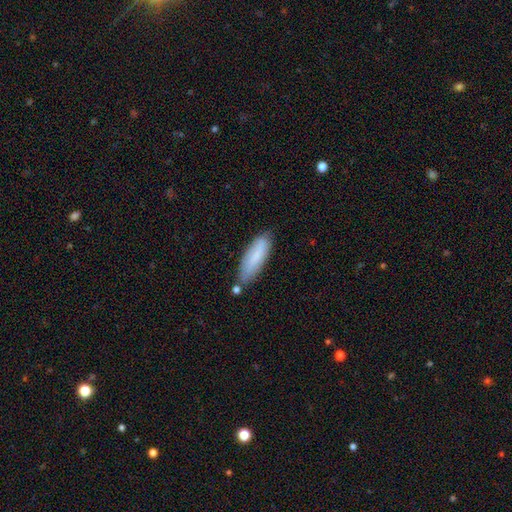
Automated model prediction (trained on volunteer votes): Smooth or featured?
  - smooth: 79% *
  - featured or disk: 15%
  - star or artifact: 6%
How rounded?
  - cigar-shaped: 54% *
  - in between: 45%
  - round: 1%
Merging?
  - none: 72% *
  - minor disturbance: 18%
  - merger: 6%
  - major disturbance: 3%